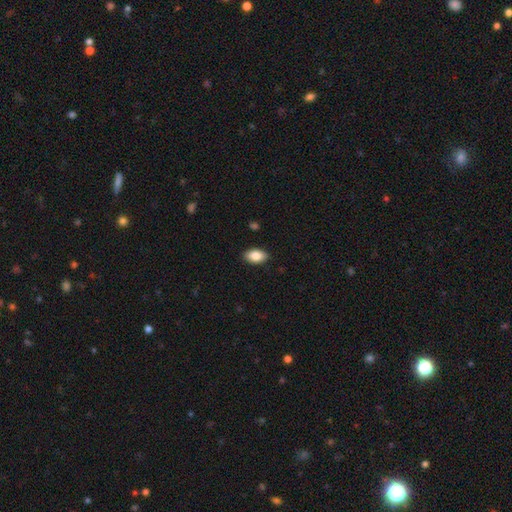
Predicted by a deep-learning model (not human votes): Smooth or featured?
  - smooth: 86% *
  - star or artifact: 7%
  - featured or disk: 7%
How rounded?
  - in between: 92% *
  - round: 6%
  - cigar-shaped: 2%
Merging?
  - none: 88% *
  - minor disturbance: 9%
  - major disturbance: 2%
  - merger: 1%